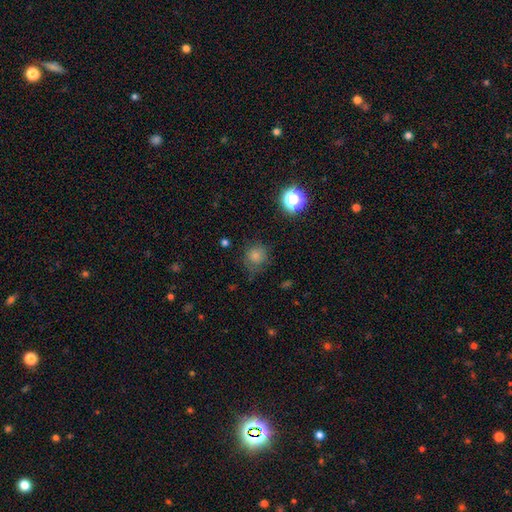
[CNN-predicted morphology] Overall: smooth (77%). How rounded: round (87%). Merging: none (69%).